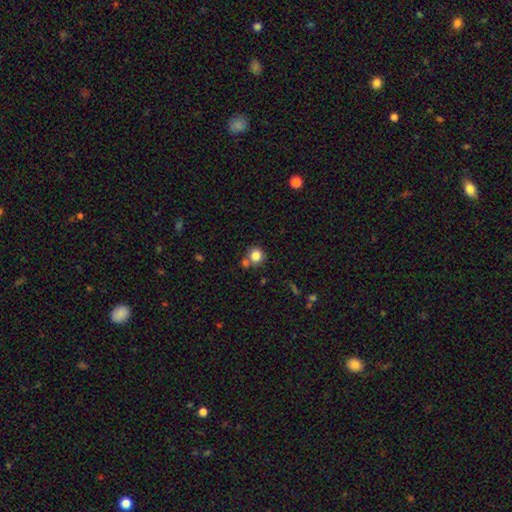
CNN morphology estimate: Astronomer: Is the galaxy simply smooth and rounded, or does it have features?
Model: smooth — 83%.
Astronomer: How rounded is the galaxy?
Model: round — 90%.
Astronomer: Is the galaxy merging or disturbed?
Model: none — 66%.